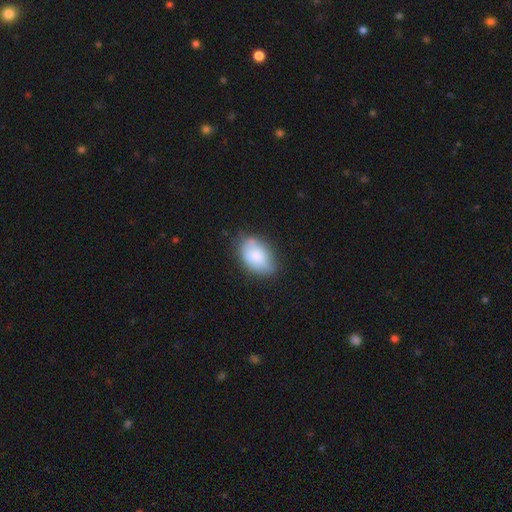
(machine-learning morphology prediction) Smooth or featured: smooth — 78% (featured or disk — 15%)
How rounded: in between — 89% (round — 9%)
Merging: none — 63% (minor disturbance — 28%)